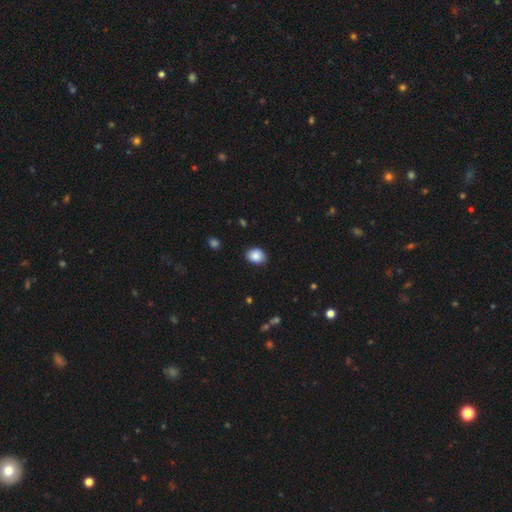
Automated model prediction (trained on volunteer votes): Q: Smooth or featured?
A: smooth (87%); runner-up: star or artifact (8%)
Q: How rounded?
A: in between (60%); runner-up: round (40%)
Q: Merging?
A: none (84%); runner-up: minor disturbance (13%)